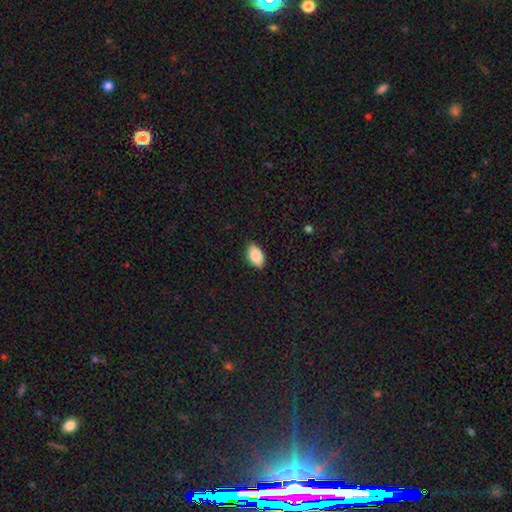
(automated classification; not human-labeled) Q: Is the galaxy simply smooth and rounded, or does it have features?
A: smooth — 85%.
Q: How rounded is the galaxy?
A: in between — 93%.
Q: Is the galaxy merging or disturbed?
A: none — 88%.